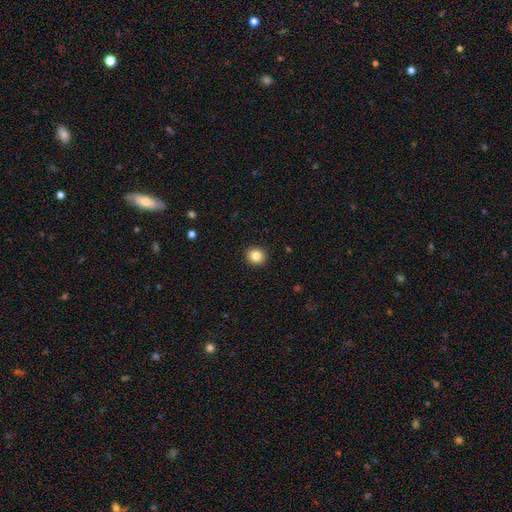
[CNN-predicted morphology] Smooth or featured: smooth — 84% (star or artifact — 10%)
How rounded: round — 88% (in between — 12%)
Merging: none — 93% (minor disturbance — 5%)